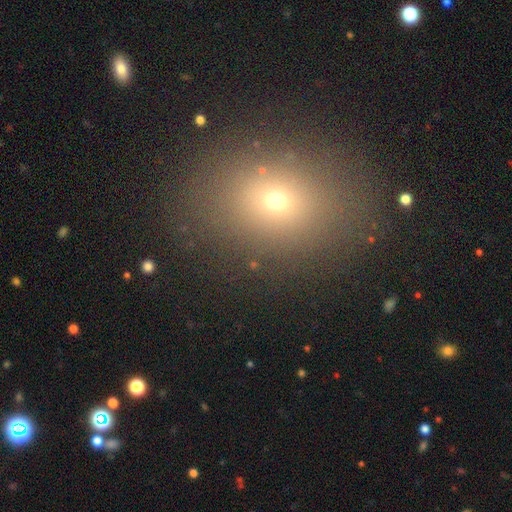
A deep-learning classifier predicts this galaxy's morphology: A smooth galaxy with no disk features (62%) that is in between round and cigar-shaped (56%).

Vote fractions:
- Smooth or featured? smooth: 62% / star or artifact: 27% / featured or disk: 11%
- How rounded? in between: 56% / round: 42% / cigar-shaped: 2%
- Merging? none: 86% / minor disturbance: 8% / major disturbance: 4% / merger: 2%